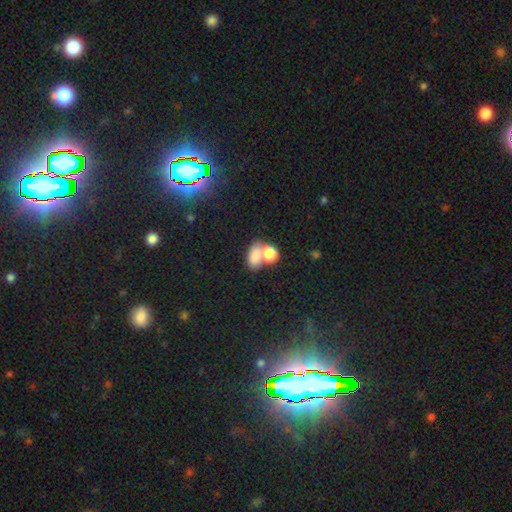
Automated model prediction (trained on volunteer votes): Smooth or featured: smooth — 79% (featured or disk — 12%)
How rounded: in between — 80% (round — 18%)
Merging: merger — 62% (none — 24%)